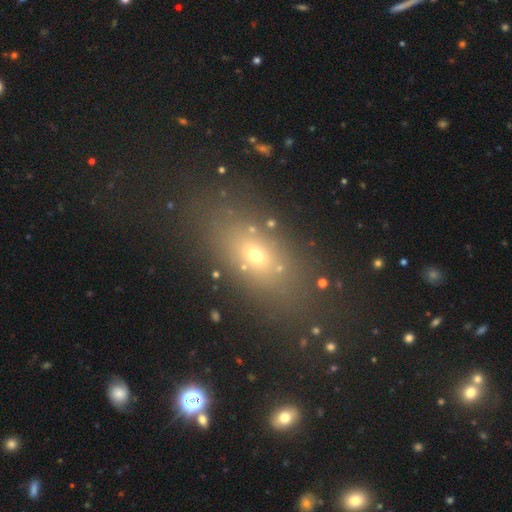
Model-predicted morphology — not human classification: Overall: smooth (58%; star or artifact 23%). How rounded: in between (70%). Merging: none (79%).